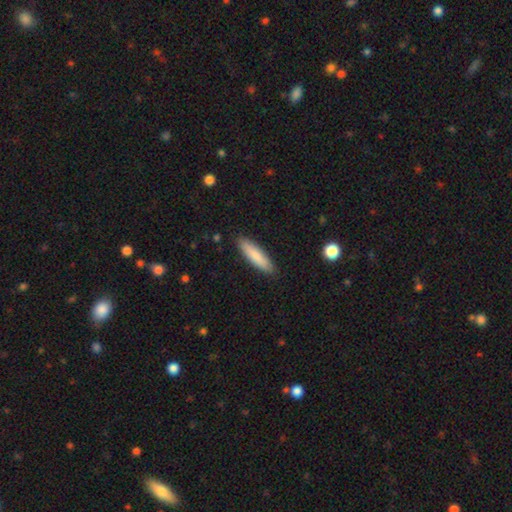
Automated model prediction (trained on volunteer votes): This is clearly a smooth galaxy (83%). How rounded: likely cigar-shaped (71%). Merging: clearly none (89%).